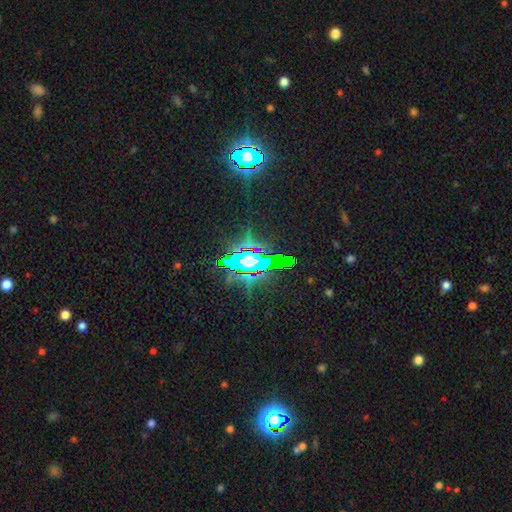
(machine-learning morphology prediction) Smooth or featured? star or artifact (83%)